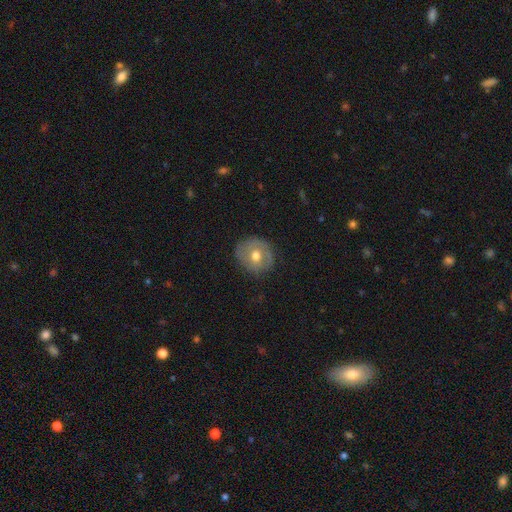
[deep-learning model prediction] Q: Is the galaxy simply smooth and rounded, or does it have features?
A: smooth — 51%.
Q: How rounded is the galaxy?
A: round — 82%.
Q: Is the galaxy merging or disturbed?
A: none — 79%.